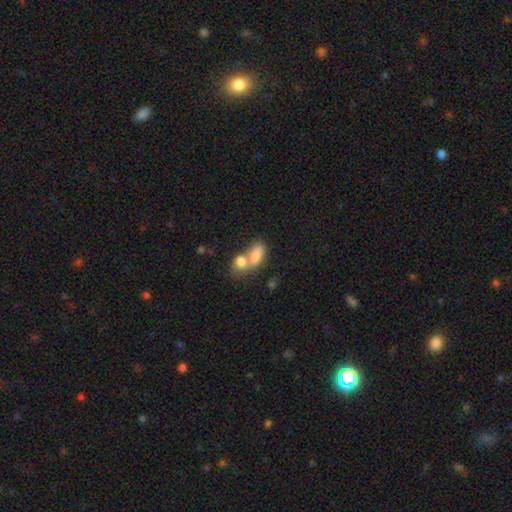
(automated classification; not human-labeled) This is likely a smooth galaxy (79%). How rounded: clearly in between (84%). Merging: likely merger (68%).